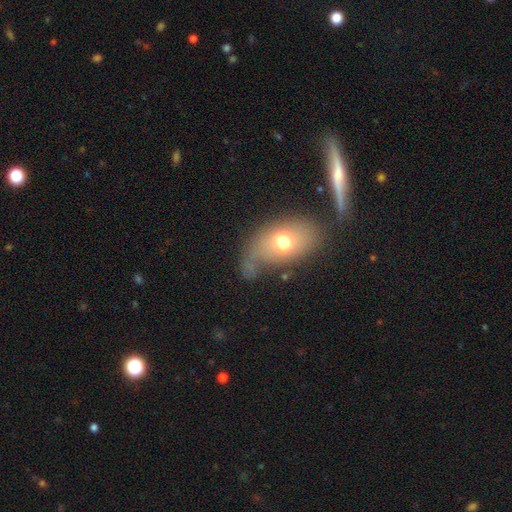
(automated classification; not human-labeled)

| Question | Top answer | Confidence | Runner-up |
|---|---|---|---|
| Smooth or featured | smooth | 48% | featured or disk (41%) |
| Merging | none | 46% | minor disturbance (26%) |